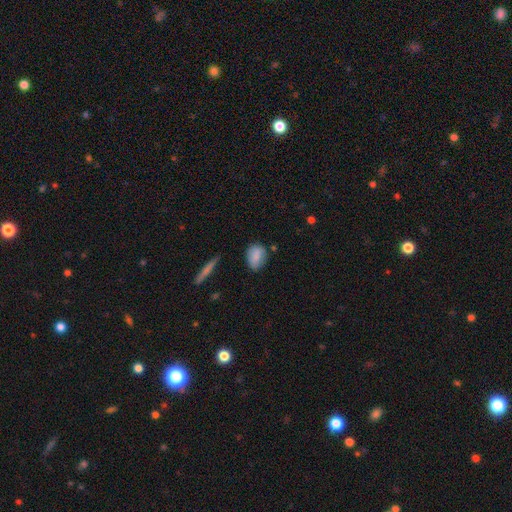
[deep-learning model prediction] Smooth or featured? smooth (83%)
How rounded? in between (74%)
Merging? none (71%)